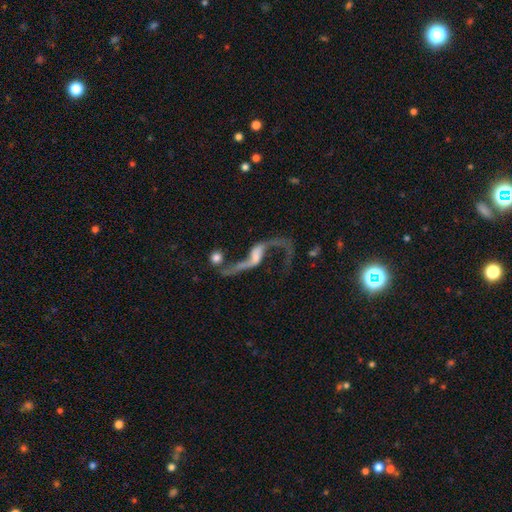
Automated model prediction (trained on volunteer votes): smooth-or-featured: featured or disk: 87% | smooth: 7% | star or artifact: 6%
  disk-edge-on: no: 92% | yes: 8%
    bar: weak: 39% | no: 38% | strong: 23%
    has-spiral-arms: yes: 92% | no: 8%
      spiral-winding: loose: 94% | medium: 5% | tight: 2%
      spiral-arm-count: 2: 90% | 1: 5% | can't tell: 1% | 3: 1% | 4: 1% | more than 4: 1%
    bulge-size: small: 36% | moderate: 28% | none: 25% | large: 8% | dominant: 3%
  merging: none: 45% | major disturbance: 22% | merger: 20% | minor disturbance: 13%